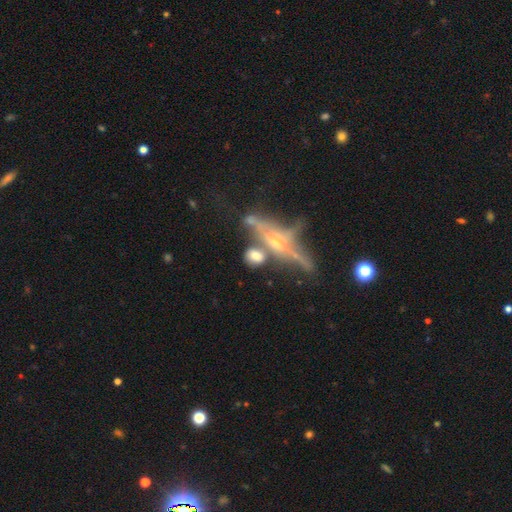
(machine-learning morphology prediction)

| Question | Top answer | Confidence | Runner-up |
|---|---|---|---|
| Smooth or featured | smooth | 47% | featured or disk (41%) |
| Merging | none | 53% | merger (21%) |